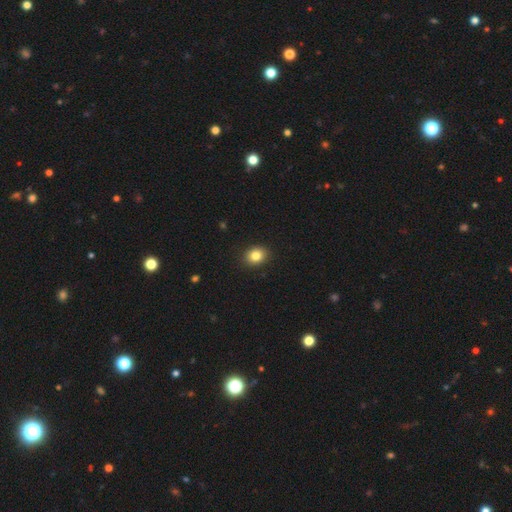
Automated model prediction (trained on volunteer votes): Smooth or featured: smooth — 84% (star or artifact — 10%)
How rounded: round — 50% (in between — 49%)
Merging: none — 90% (minor disturbance — 7%)